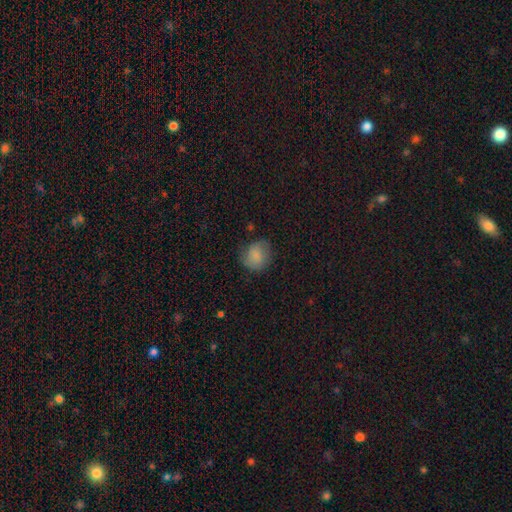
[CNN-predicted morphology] Smooth or featured: smooth — 80% (featured or disk — 12%)
How rounded: round — 73% (in between — 26%)
Merging: none — 69% (minor disturbance — 23%)